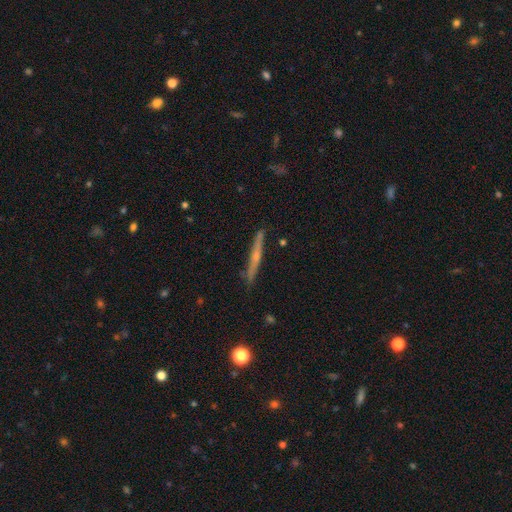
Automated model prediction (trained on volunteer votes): This appears to be a featured or disk galaxy (62%) viewed edge-on (97%) with a rounded central bulge (59%). Merging: none (88%).